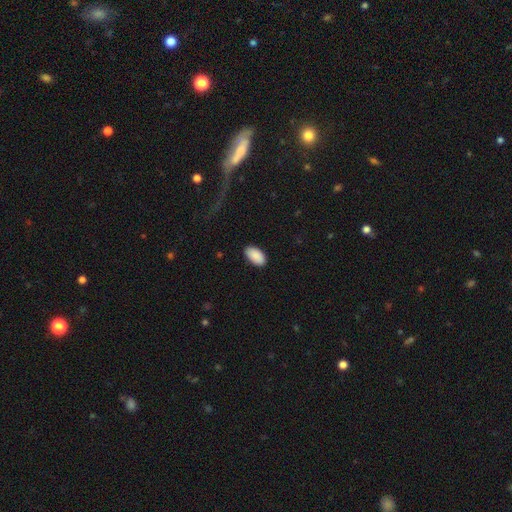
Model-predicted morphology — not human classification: smooth-or-featured: smooth: 90% | star or artifact: 6% | featured or disk: 4%
  how-rounded: in between: 96% | round: 3% | cigar-shaped: 2%
  merging: none: 87% | minor disturbance: 10% | major disturbance: 2% | merger: 1%